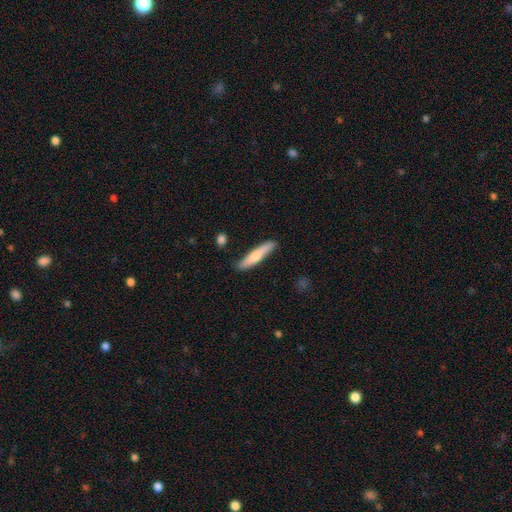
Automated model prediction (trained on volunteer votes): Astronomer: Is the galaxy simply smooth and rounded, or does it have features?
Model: smooth — 66%.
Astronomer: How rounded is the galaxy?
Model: cigar-shaped — 88%.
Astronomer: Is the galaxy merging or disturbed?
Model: none — 83%.